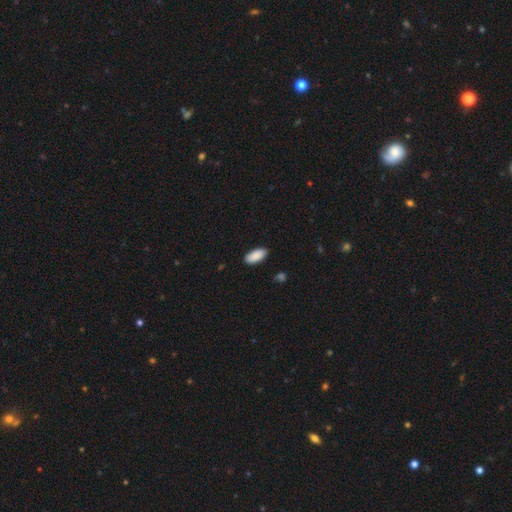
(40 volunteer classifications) smooth_or_featured: smooth (p=0.97) [alt: star or artifact p=0.03]
how_rounded: in between (p=0.92) [alt: cigar-shaped p=0.08]
merging: none (p=0.92) [alt: minor disturbance p=0.08]